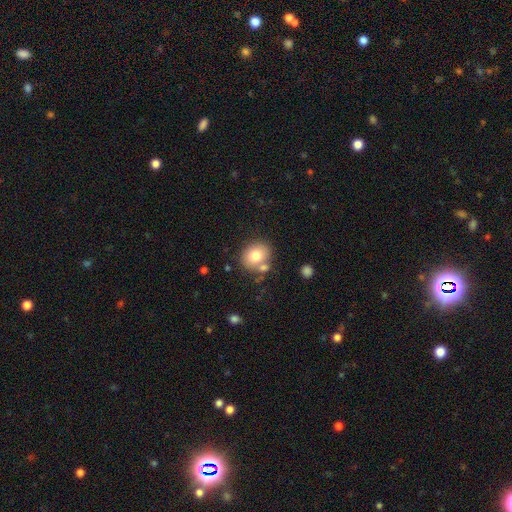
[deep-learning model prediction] A smooth galaxy with no disk features (76%) that is round (67%).

Vote fractions:
- Smooth or featured? smooth: 76% / featured or disk: 15% / star or artifact: 10%
- How rounded? round: 67% / in between: 32% / cigar-shaped: 1%
- Merging? none: 66% / merger: 18% / minor disturbance: 12% / major disturbance: 4%